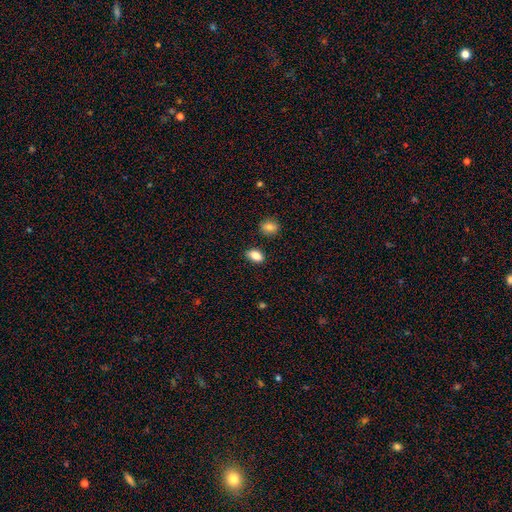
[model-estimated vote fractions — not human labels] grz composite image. It shows a smooth galaxy with no disk features (85%) that is in between round and cigar-shaped (86%). Merging: none (85%).